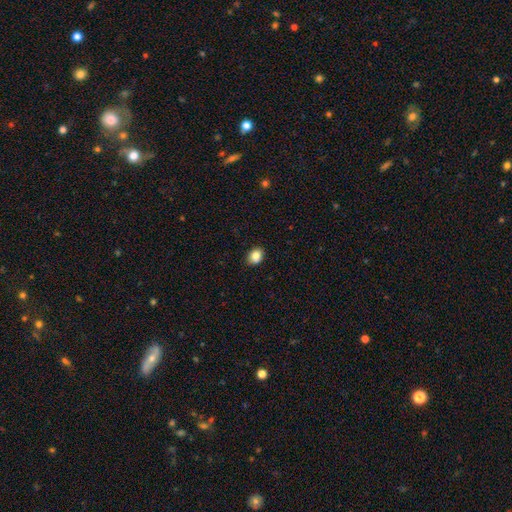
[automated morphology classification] Smooth or featured? Predicted: smooth (p=0.86). How rounded? Predicted: in between (p=0.54). Merging? Predicted: none (p=0.90).